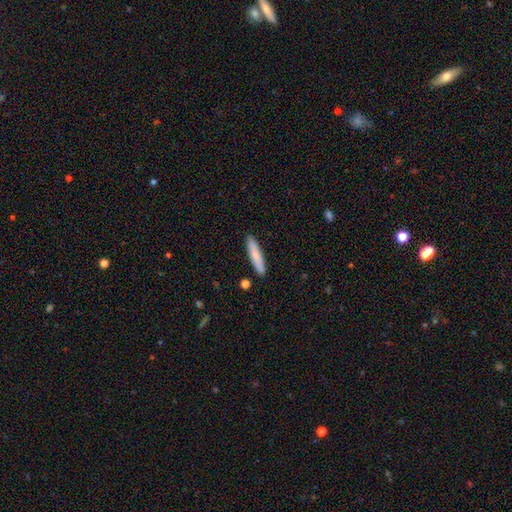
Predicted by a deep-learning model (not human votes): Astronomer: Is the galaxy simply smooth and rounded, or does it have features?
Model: smooth — 77%.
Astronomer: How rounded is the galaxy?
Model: cigar-shaped — 86%.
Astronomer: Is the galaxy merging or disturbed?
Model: none — 90%.